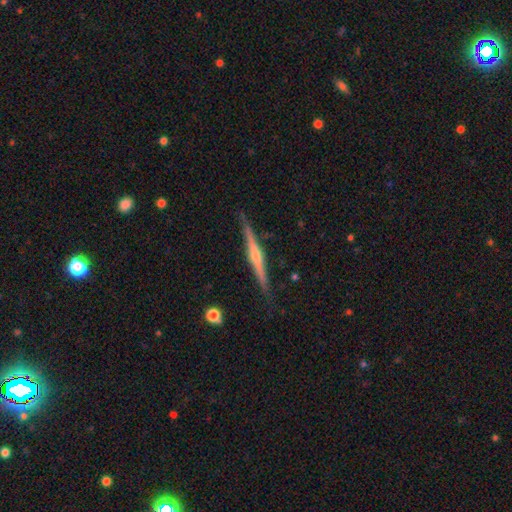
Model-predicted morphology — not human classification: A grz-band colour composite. It shows a featured or disk galaxy (76%) viewed edge-on (98%) with a rounded central bulge (77%). Merging: none (87%).